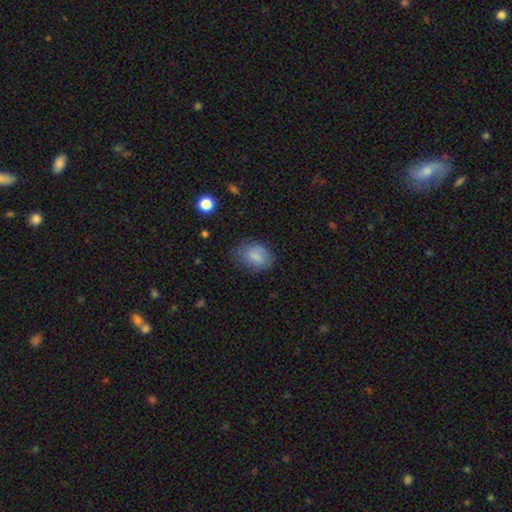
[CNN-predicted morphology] Smooth or featured? smooth (79%)
How rounded? in between (68%)
Merging? none (64%)